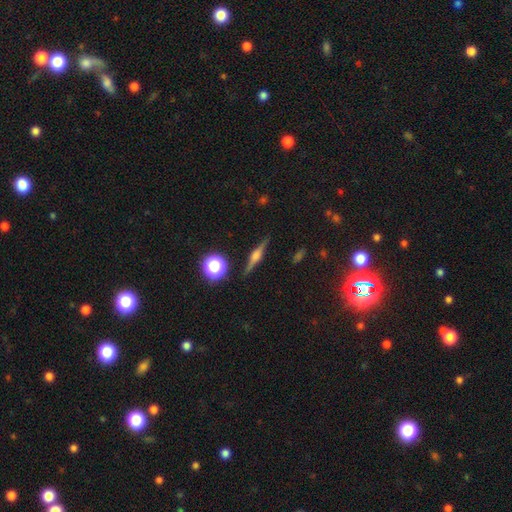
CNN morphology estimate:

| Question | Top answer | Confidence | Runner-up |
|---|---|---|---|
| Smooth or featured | featured or disk | 73% | smooth (17%) |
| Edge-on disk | yes | 98% | no (2%) |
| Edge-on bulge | rounded | 83% | boxy (14%) |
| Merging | none | 89% | minor disturbance (8%) |